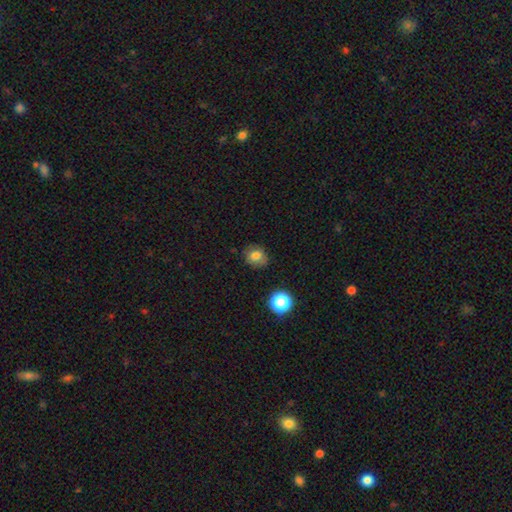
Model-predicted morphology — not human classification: Smooth or featured? Predicted: smooth (p=0.76). How rounded? Predicted: round (p=0.66). Merging? Predicted: none (p=0.78).